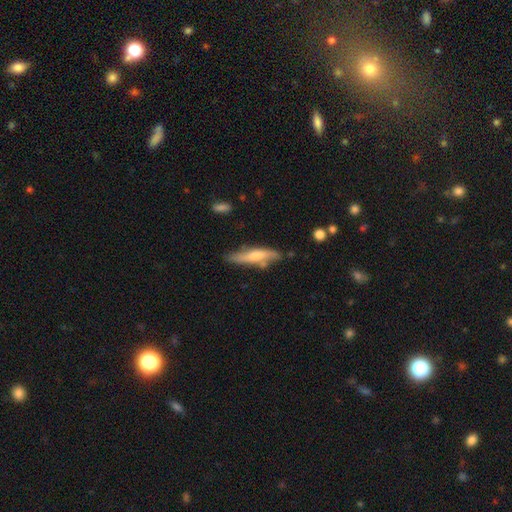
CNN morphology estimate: Overall: featured or disk (47%, tied with smooth). Merging: none (69%).